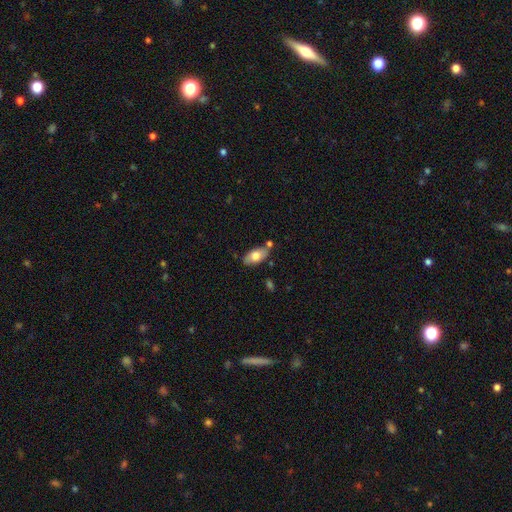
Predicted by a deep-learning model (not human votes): smooth 70%, featured or disk 24%, star or artifact 6%. Down the decision tree: how rounded — in between (91%); merging — none (71%).